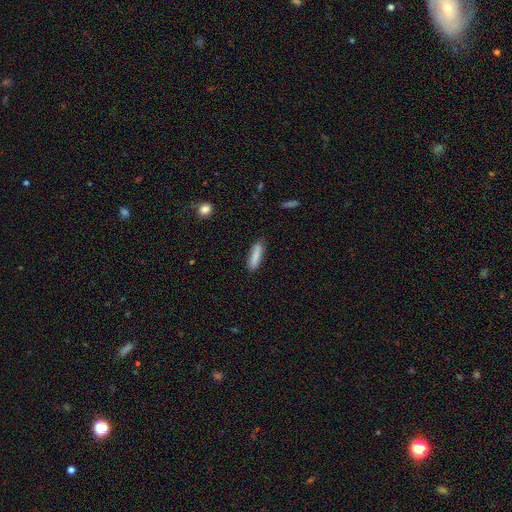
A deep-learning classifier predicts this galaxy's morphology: Overall: smooth (85%). How rounded: cigar-shaped (75%). Merging: none (84%).